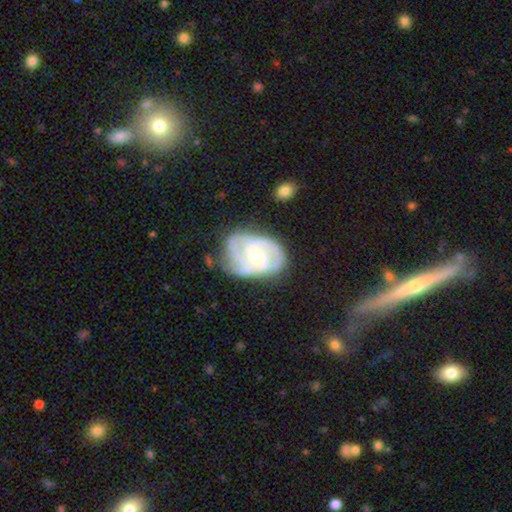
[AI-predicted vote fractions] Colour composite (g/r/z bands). It shows a featured or disk galaxy (88%) with no bar (64%), 3 (47%) tight (59%) spiral arms (97%) and a small central bulge (52%). Merging: none (70%).